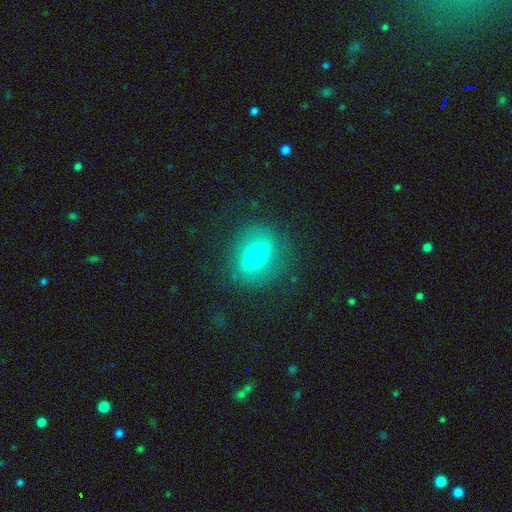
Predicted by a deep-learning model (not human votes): Morphology: type=smooth (54%); roundness=round (57%); merging=none (81%).